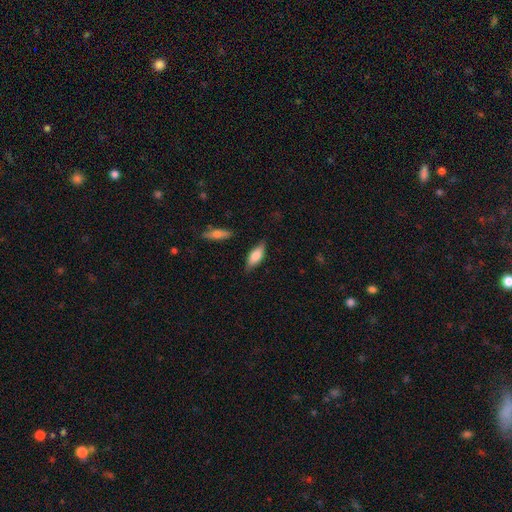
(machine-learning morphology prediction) A smooth galaxy with no disk features (72%) that is in between round and cigar-shaped (75%). Merging: none (79%).